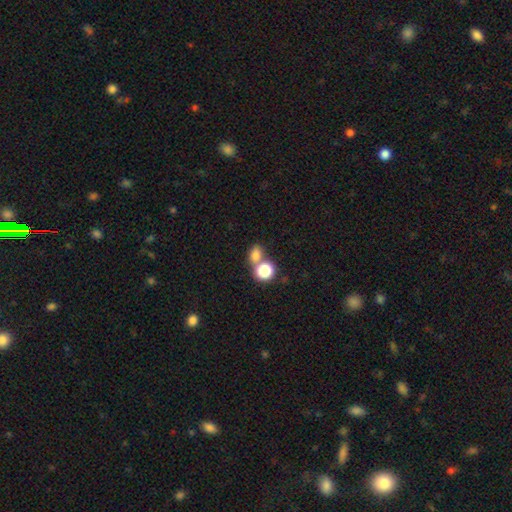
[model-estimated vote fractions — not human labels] A smooth galaxy with no disk features (78%) that is in between round and cigar-shaped (49%, tied with round). Merging: none (45%).